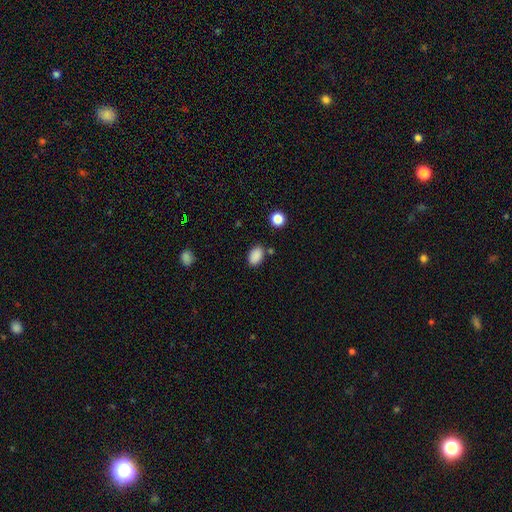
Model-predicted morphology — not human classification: Smooth or featured: smooth — 87% (star or artifact — 9%)
How rounded: in between — 88% (round — 11%)
Merging: none — 80% (minor disturbance — 12%)